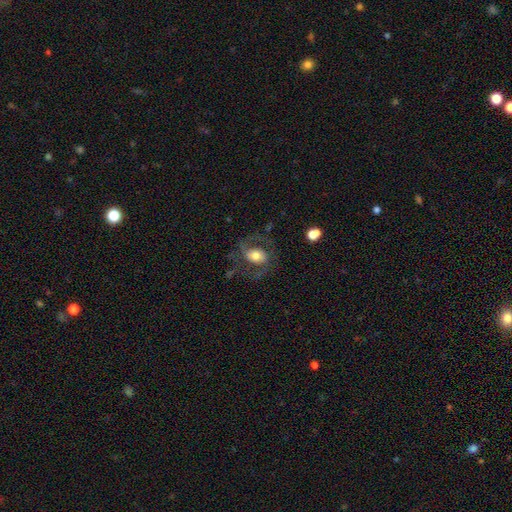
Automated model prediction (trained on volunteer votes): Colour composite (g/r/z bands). It shows a featured or disk galaxy (56%) with no bar (55%), spiral arms (76%) and a moderate central bulge (56%). Merging: none (62%).